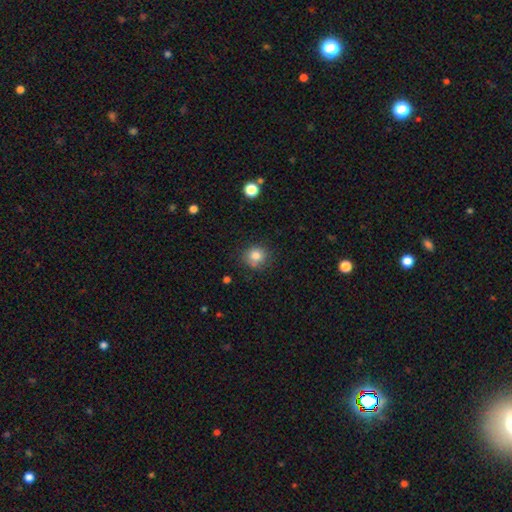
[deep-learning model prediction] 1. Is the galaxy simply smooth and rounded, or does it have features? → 83% smooth, 11% star or artifact, 6% featured or disk.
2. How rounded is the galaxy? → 87% round, 12% in between, 1% cigar-shaped.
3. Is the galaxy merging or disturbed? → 79% none, 14% minor disturbance, 4% major disturbance, 3% merger.